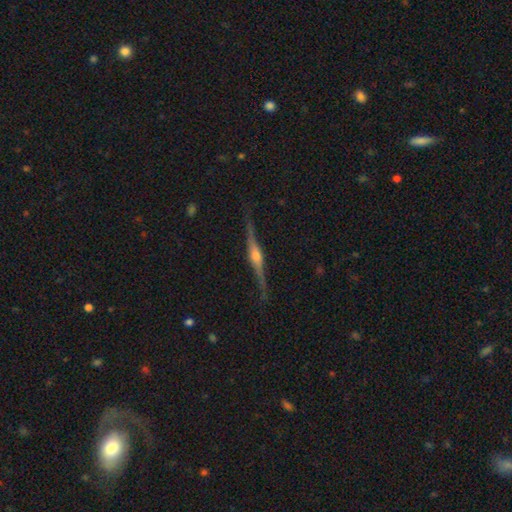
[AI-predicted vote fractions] A featured or disk galaxy (86%) viewed edge-on (98%) with a rounded central bulge (89%). Merging: none (86%).